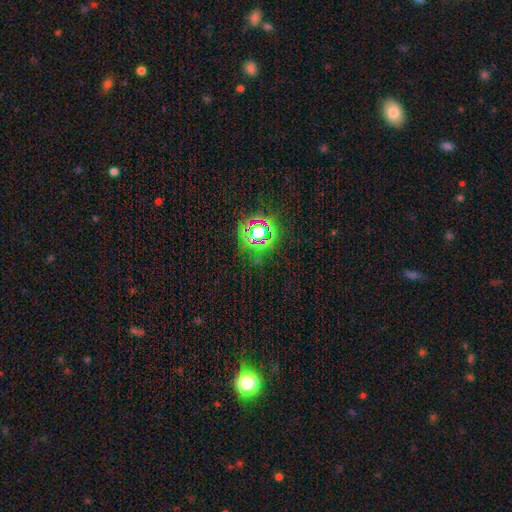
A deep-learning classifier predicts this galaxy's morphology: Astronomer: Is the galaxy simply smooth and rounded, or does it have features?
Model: star or artifact — 78%.